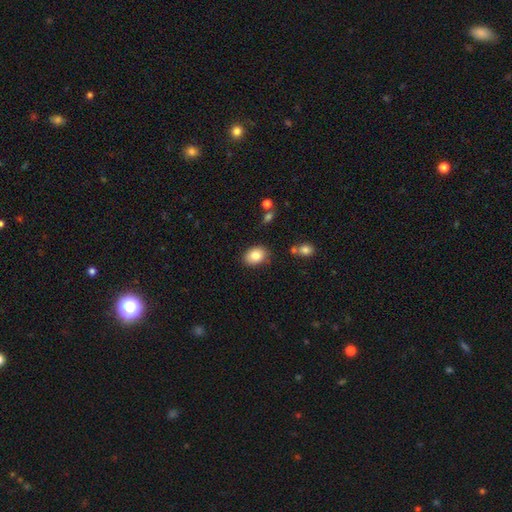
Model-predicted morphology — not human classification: type=smooth (83%); roundness=in between (72%); merging=none (84%).